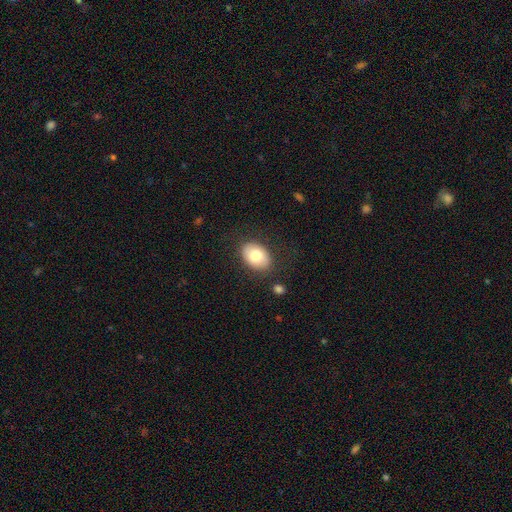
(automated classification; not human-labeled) Morphology: type=smooth (77%); roundness=in between (79%); merging=none (83%).